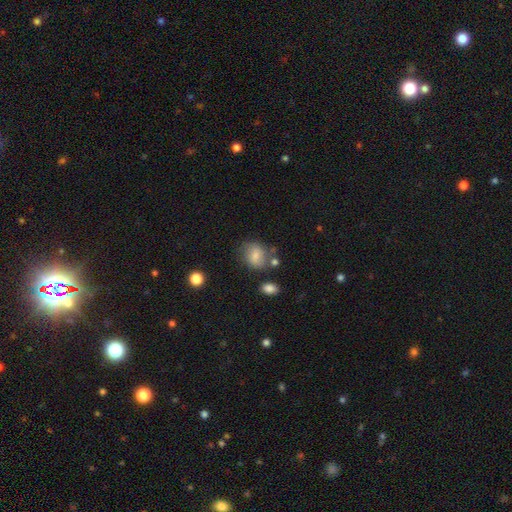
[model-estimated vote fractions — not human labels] Morphology: type=smooth (71%); roundness=round (52%); merging=none (64%).